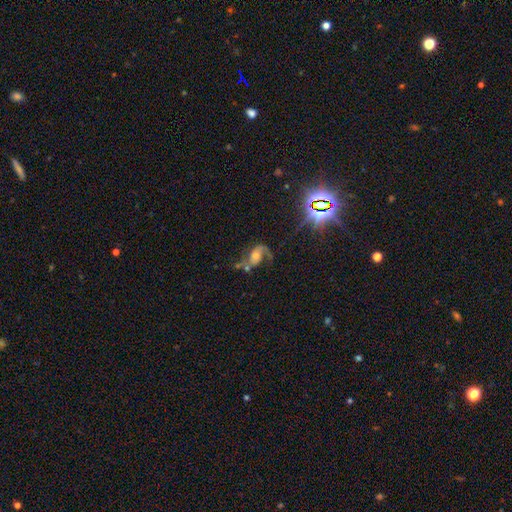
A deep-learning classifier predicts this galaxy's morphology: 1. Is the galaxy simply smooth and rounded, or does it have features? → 73% featured or disk, 13% star or artifact, 13% smooth.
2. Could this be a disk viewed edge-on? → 96% no, 4% yes.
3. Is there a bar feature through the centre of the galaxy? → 58% no, 31% weak, 12% strong.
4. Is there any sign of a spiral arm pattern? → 92% yes, 8% no.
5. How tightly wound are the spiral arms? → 57% loose, 34% medium, 9% tight.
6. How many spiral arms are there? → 77% 2, 16% 1, 4% can't tell, 1% 3, 1% 4, 1% more than 4.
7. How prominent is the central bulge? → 44% moderate, 33% small, 11% large, 10% none, 3% dominant.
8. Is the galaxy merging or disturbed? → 44% none, 25% major disturbance, 18% minor disturbance, 13% merger.